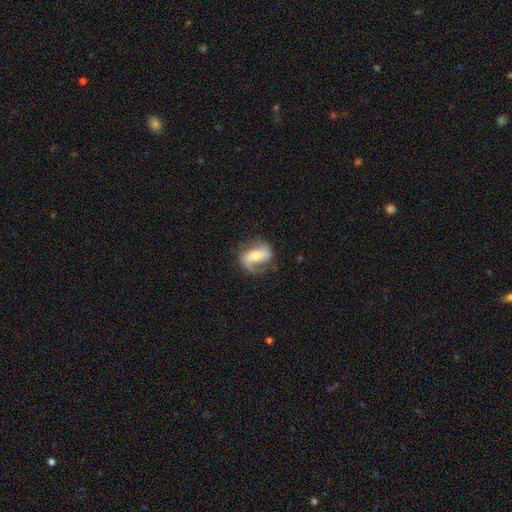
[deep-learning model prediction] Q: Smooth or featured?
A: featured or disk (72%); runner-up: smooth (21%)
Q: Edge-on disk?
A: no (96%); runner-up: yes (4%)
Q: Bar?
A: no (37%); runner-up: weak (34%)
Q: Spiral arms?
A: yes (91%); runner-up: no (9%)
Q: Spiral winding?
A: loose (47%); runner-up: medium (37%)
Q: Spiral arm count?
A: 2 (72%); runner-up: 1 (20%)
Q: Bulge size?
A: moderate (53%); runner-up: small (38%)
Q: Merging?
A: none (65%); runner-up: minor disturbance (21%)